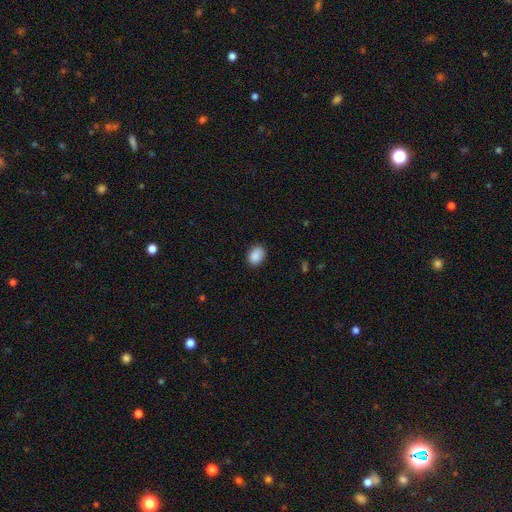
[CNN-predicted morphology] A smooth galaxy with no disk features (89%) that is in between round and cigar-shaped (65%).

Vote fractions:
- Smooth or featured? smooth: 89% / star or artifact: 8% / featured or disk: 3%
- How rounded? in between: 65% / round: 34% / cigar-shaped: 1%
- Merging? none: 85% / minor disturbance: 12% / major disturbance: 2% / merger: 1%